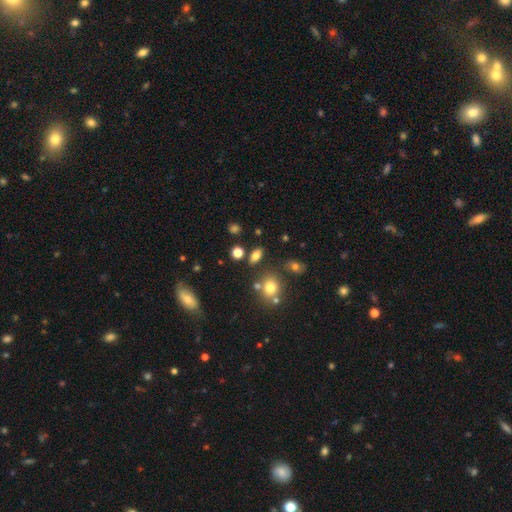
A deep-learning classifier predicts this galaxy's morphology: Smooth or featured? smooth (76%)
How rounded? in between (82%)
Merging? none (78%)